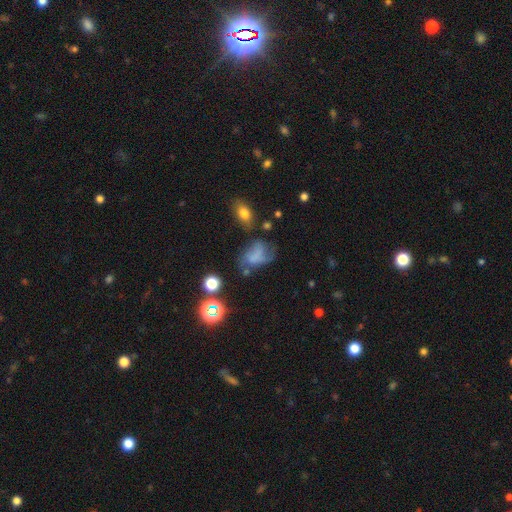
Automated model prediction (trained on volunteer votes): Smooth or featured? smooth (51%)
How rounded? in between (78%)
Merging? major disturbance (33%)